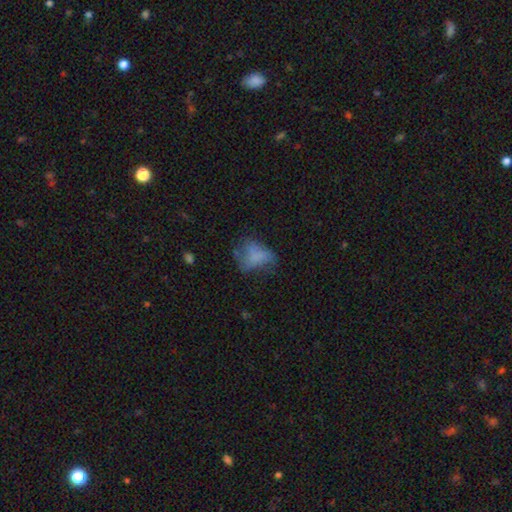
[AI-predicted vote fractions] smooth 57%, featured or disk 29%, star or artifact 14%. Down the decision tree: how rounded — in between (78%); merging — major disturbance (36%).